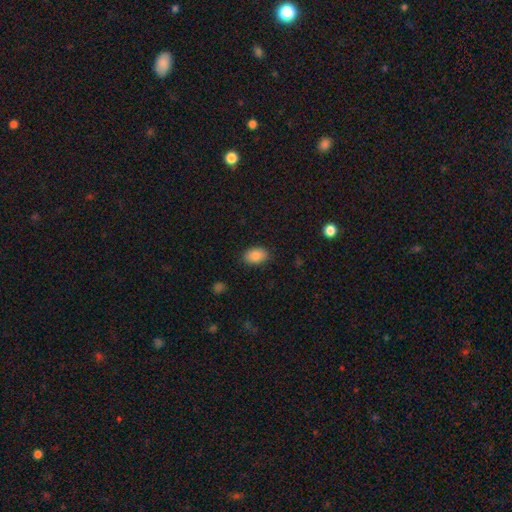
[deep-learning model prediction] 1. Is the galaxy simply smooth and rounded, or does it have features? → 87% smooth, 8% star or artifact, 5% featured or disk.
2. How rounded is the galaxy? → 87% in between, 12% round, 1% cigar-shaped.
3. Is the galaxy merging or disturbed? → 86% none, 10% minor disturbance, 3% major disturbance, 1% merger.